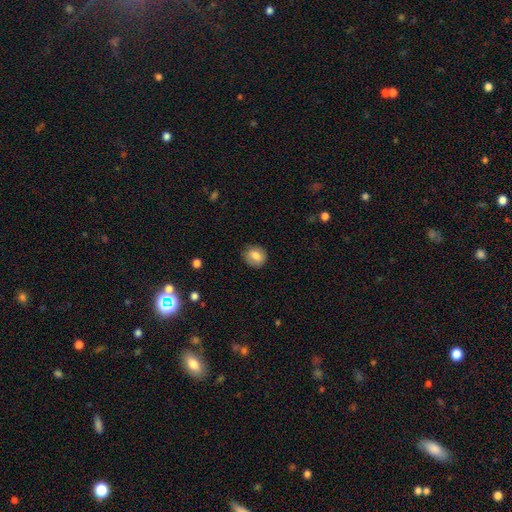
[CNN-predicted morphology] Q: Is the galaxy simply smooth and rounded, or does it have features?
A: smooth — 77%.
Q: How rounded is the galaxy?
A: round — 71%.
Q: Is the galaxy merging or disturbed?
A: none — 83%.